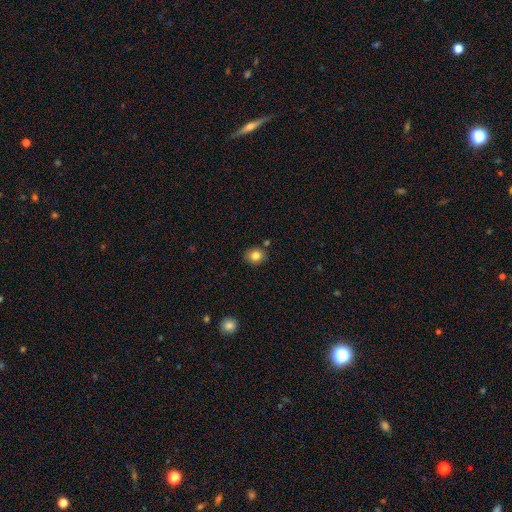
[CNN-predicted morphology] Q: Smooth or featured?
A: smooth (82%); runner-up: star or artifact (10%)
Q: How rounded?
A: round (68%); runner-up: in between (31%)
Q: Merging?
A: none (83%); runner-up: minor disturbance (11%)